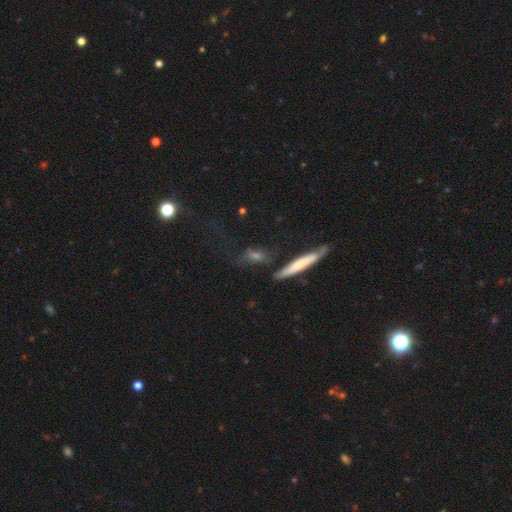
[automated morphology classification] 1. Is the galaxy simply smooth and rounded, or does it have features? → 43% smooth, 42% featured or disk, 14% star or artifact.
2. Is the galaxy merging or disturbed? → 57% none, 20% minor disturbance, 14% major disturbance, 9% merger.